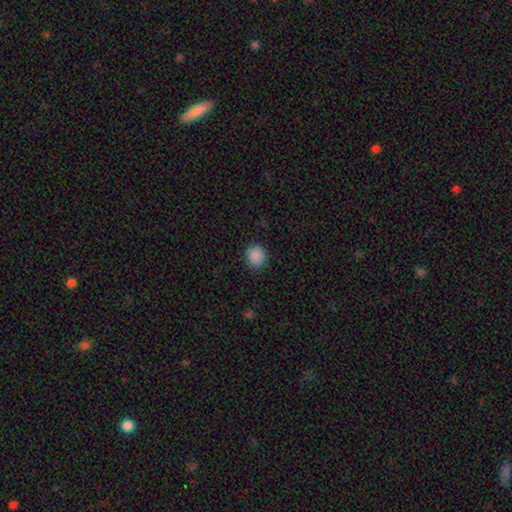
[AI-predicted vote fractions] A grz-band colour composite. It shows a smooth galaxy with no disk features (88%) that is round (77%). Merging: none (88%).